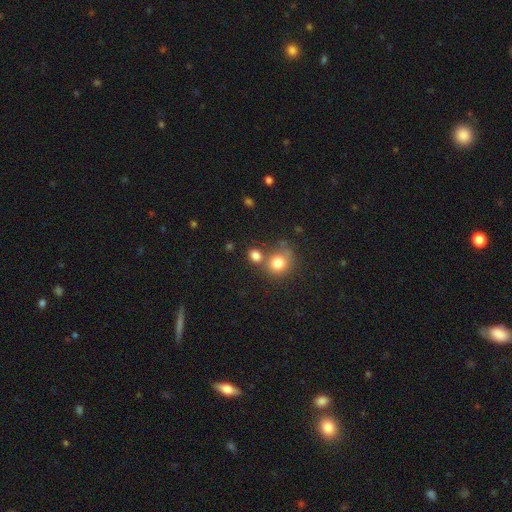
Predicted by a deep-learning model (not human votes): A smooth galaxy with no disk features (80%) that is round (66%).

Vote fractions:
- Smooth or featured? smooth: 80% / star or artifact: 12% / featured or disk: 8%
- How rounded? round: 66% / in between: 33% / cigar-shaped: 1%
- Merging? none: 55% / merger: 30% / minor disturbance: 10% / major disturbance: 5%